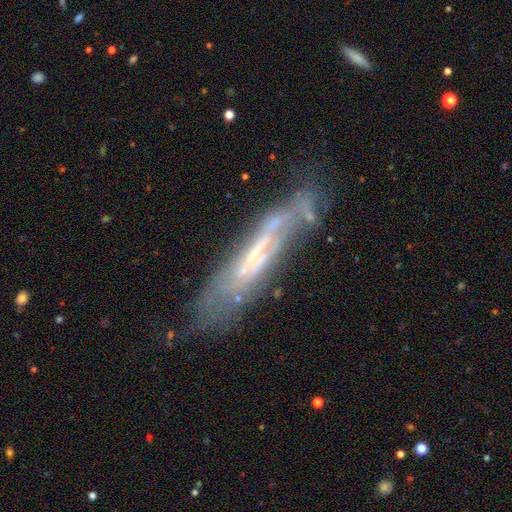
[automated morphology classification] A featured or disk galaxy (66%) viewed edge-on (56%). Merging: none (54%).